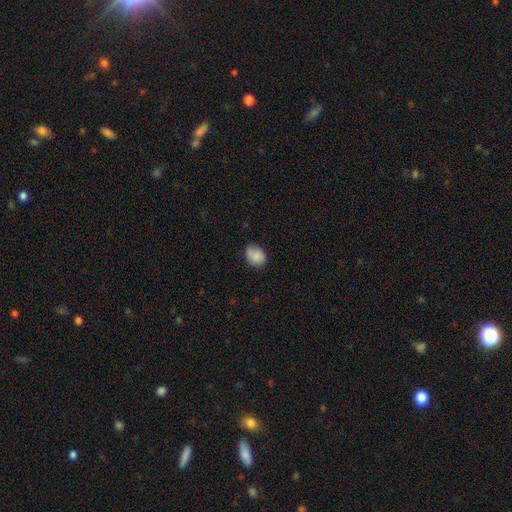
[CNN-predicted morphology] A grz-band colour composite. It shows a smooth galaxy with no disk features (83%) that is in between round and cigar-shaped (55%). Merging: none (71%).